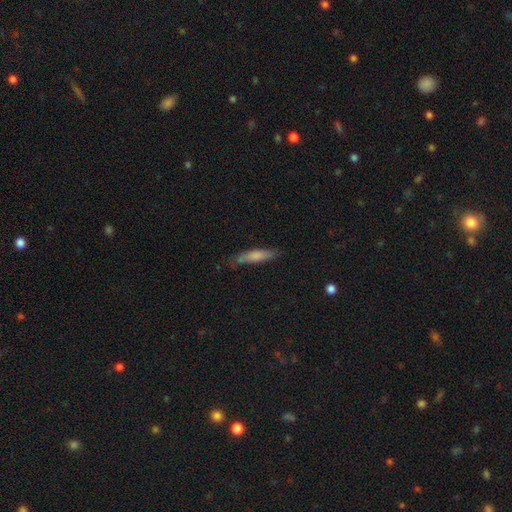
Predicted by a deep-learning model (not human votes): smooth_or_featured: smooth (p=0.73) [alt: featured or disk p=0.21]
how_rounded: cigar-shaped (p=0.80) [alt: in between p=0.19]
merging: none (p=0.73) [alt: minor disturbance p=0.21]